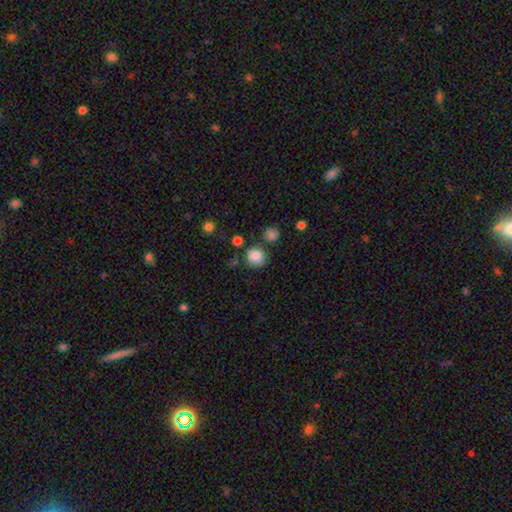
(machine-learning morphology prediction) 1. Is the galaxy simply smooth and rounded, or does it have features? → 83% smooth, 11% star or artifact, 6% featured or disk.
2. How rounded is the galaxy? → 87% round, 12% in between, 1% cigar-shaped.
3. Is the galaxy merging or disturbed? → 76% none, 12% minor disturbance, 8% merger, 4% major disturbance.